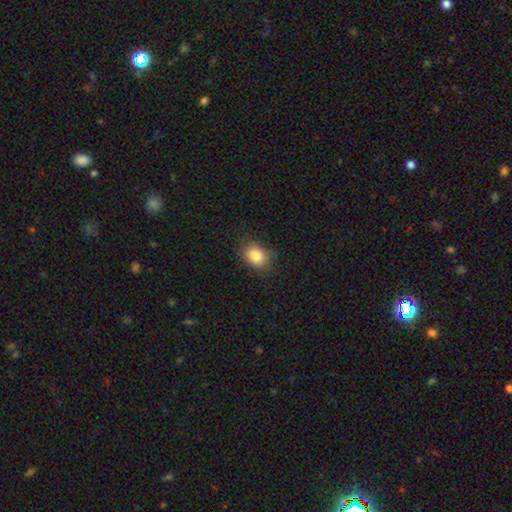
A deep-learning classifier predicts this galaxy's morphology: smooth 83%, star or artifact 10%, featured or disk 7%. Down the decision tree: how rounded — in between (61%); merging — none (77%).